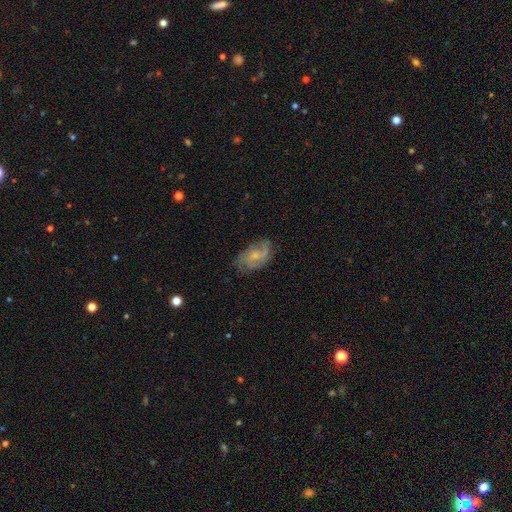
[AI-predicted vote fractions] smooth_or_featured: featured or disk (p=0.72) [alt: smooth p=0.21]
disk_edge_on: no (p=0.97) [alt: yes p=0.03]
bar: no (p=0.62) [alt: weak p=0.34]
has_spiral_arms: yes (p=0.92) [alt: no p=0.08]
spiral_winding: medium (p=0.47) [alt: tight p=0.28]
spiral_arm_count: 2 (p=0.46) [alt: 3 p=0.20]
bulge_size: small (p=0.57) [alt: moderate p=0.29]
merging: none (p=0.69) [alt: minor disturbance p=0.21]